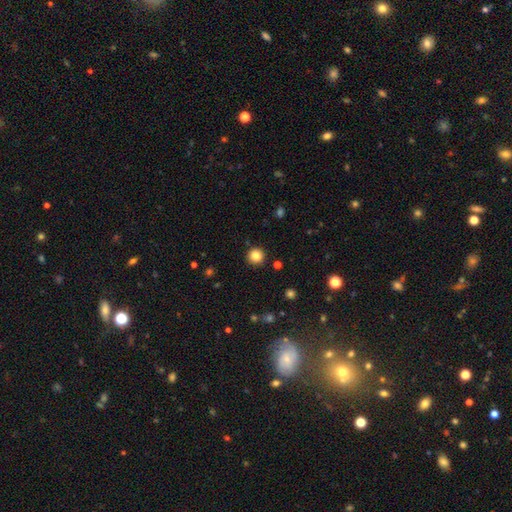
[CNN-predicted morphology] Smooth or featured? smooth (84%)
How rounded? round (95%)
Merging? none (92%)